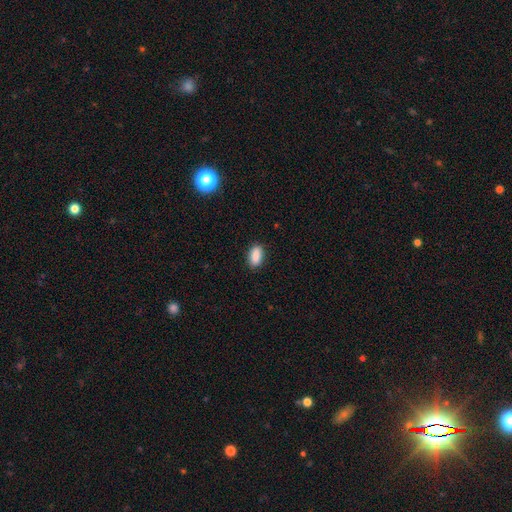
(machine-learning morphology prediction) smooth_or_featured: smooth (p=0.89) [alt: star or artifact p=0.07]
how_rounded: in between (p=0.89) [alt: cigar-shaped p=0.06]
merging: none (p=0.87) [alt: minor disturbance p=0.10]